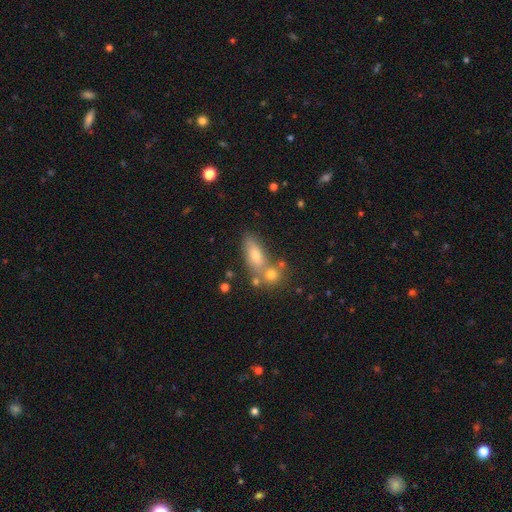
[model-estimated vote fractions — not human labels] Smooth or featured?
  - smooth: 62% *
  - featured or disk: 24%
  - star or artifact: 13%
How rounded?
  - in between: 66% *
  - cigar-shaped: 25%
  - round: 10%
Merging?
  - none: 52% *
  - merger: 30%
  - minor disturbance: 13%
  - major disturbance: 5%